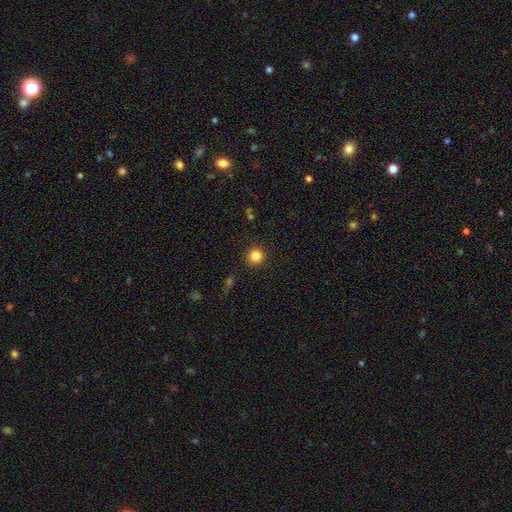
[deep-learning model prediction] Morphology: type=smooth (83%); roundness=round (94%); merging=none (92%).